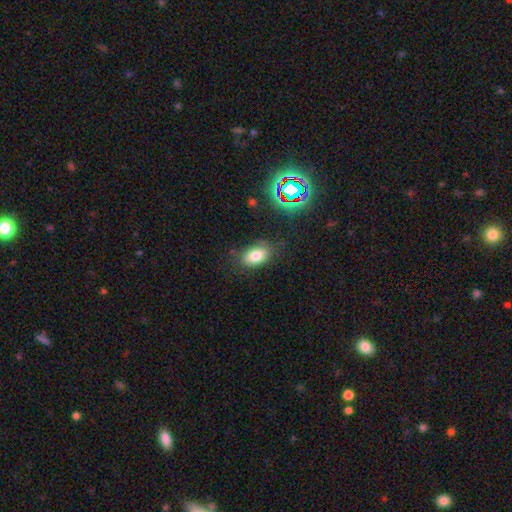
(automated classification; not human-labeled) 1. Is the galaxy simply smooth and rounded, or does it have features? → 78% smooth, 12% star or artifact, 10% featured or disk.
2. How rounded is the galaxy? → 87% in between, 11% round, 2% cigar-shaped.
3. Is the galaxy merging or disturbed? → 77% none, 16% minor disturbance, 5% major disturbance, 2% merger.